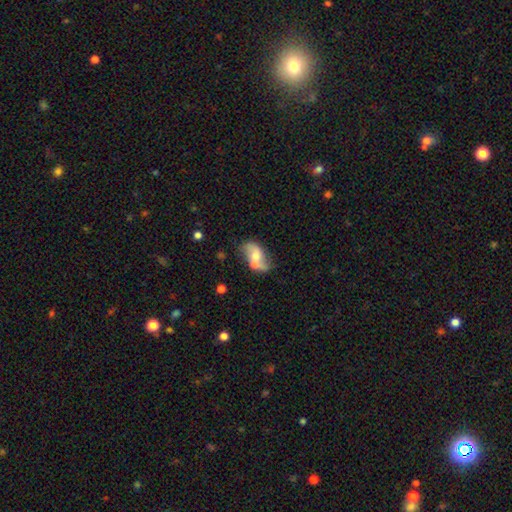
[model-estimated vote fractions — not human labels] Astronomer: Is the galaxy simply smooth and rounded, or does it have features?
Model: featured or disk — 55% (runner-up: smooth, 37%).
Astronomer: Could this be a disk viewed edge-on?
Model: no — 95%.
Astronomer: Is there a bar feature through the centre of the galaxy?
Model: no — 64%.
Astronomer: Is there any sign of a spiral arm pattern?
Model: yes — 70%.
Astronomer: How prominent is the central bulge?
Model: moderate — 50% (runner-up: small, 32%).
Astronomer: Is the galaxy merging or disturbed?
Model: merger — 37% (runner-up: none, 36%).